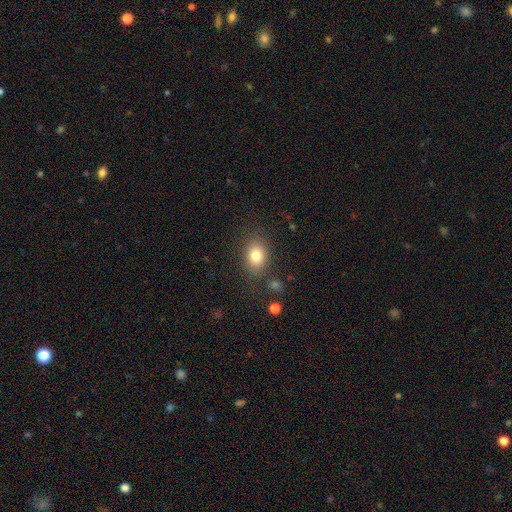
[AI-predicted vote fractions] Smooth or featured: smooth — 81% (star or artifact — 10%)
How rounded: in between — 71% (round — 27%)
Merging: none — 80% (minor disturbance — 13%)